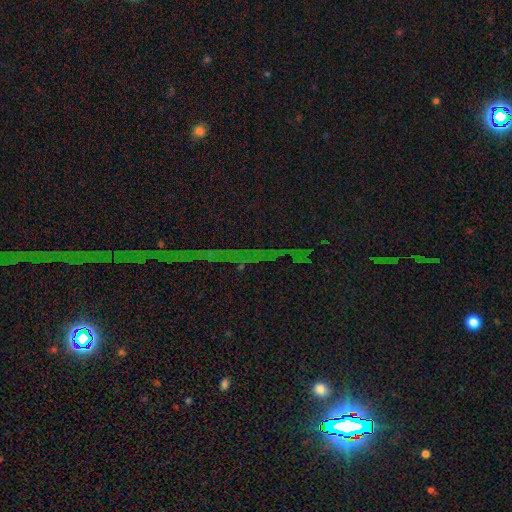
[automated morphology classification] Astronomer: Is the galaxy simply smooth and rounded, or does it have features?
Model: star or artifact — 81%.